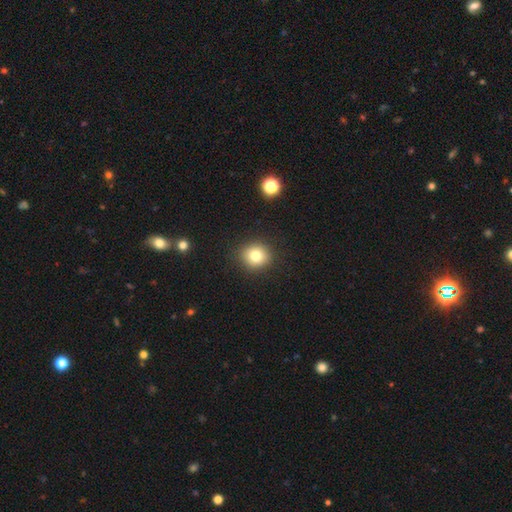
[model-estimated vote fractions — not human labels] smooth-or-featured: smooth: 79% | star or artifact: 12% | featured or disk: 9%
  how-rounded: round: 87% | in between: 12% | cigar-shaped: 1%
  merging: none: 90% | minor disturbance: 6% | major disturbance: 2% | merger: 1%